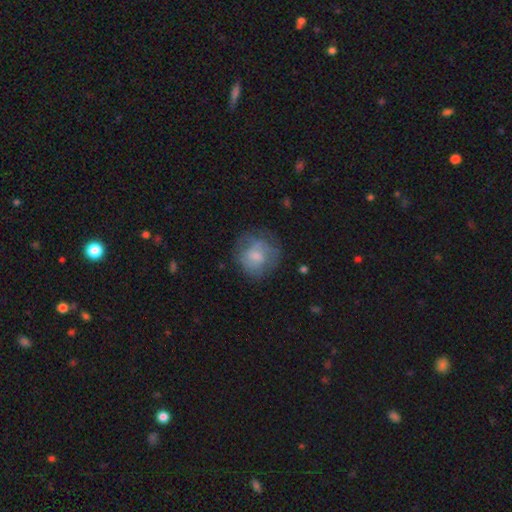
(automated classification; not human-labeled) A smooth galaxy with no disk features (55%) that is round (82%).

Vote fractions:
- Smooth or featured? smooth: 55% / featured or disk: 37% / star or artifact: 8%
- How rounded? round: 82% / in between: 17% / cigar-shaped: 1%
- Merging? none: 64% / minor disturbance: 21% / major disturbance: 13% / merger: 2%